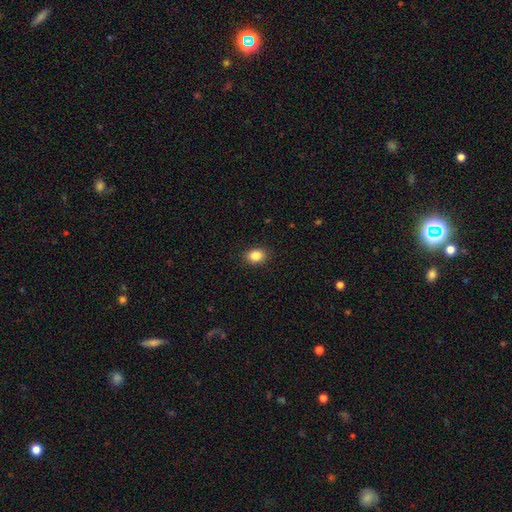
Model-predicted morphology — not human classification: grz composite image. It shows a smooth galaxy with no disk features (85%) that is in between round and cigar-shaped (57%). Merging: none (90%).